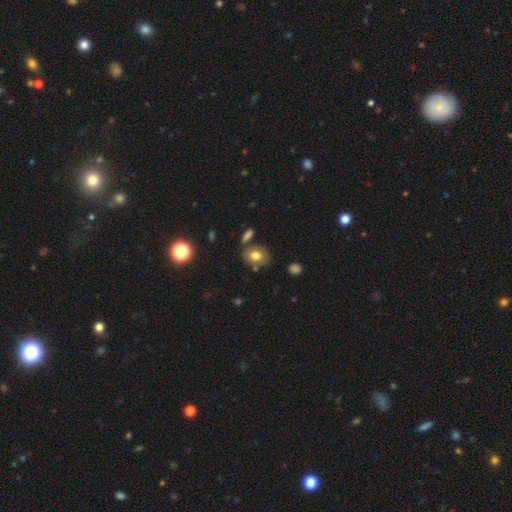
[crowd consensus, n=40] Smooth or featured? smooth (60%)
How rounded? in between (83%)
Merging? none (81%)